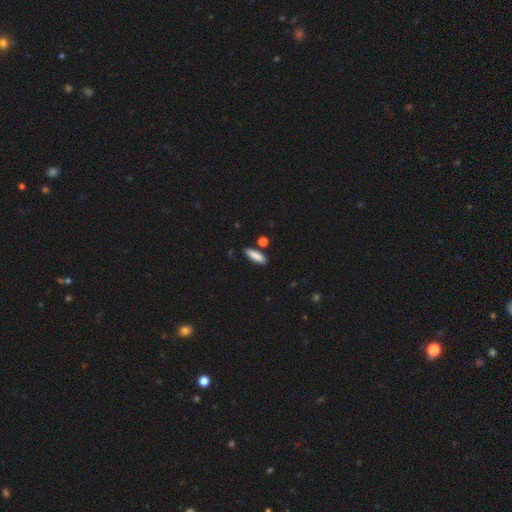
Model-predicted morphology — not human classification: Smooth or featured? Predicted: smooth (p=0.87). How rounded? Predicted: cigar-shaped (p=0.51). Merging? Predicted: none (p=0.84).